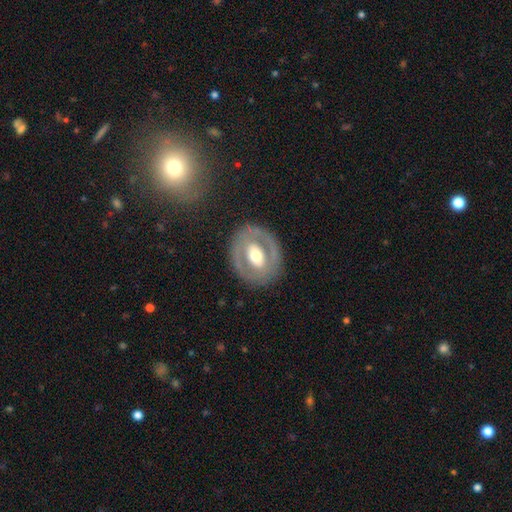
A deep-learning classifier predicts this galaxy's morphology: smooth_or_featured: featured or disk (p=0.61) [alt: smooth p=0.33]
disk_edge_on: no (p=0.94) [alt: yes p=0.06]
bar: no (p=0.46) [alt: weak p=0.30]
has_spiral_arms: no (p=0.81) [alt: yes p=0.19]
bulge_size: moderate (p=0.64) [alt: large p=0.24]
merging: none (p=0.81) [alt: minor disturbance p=0.11]